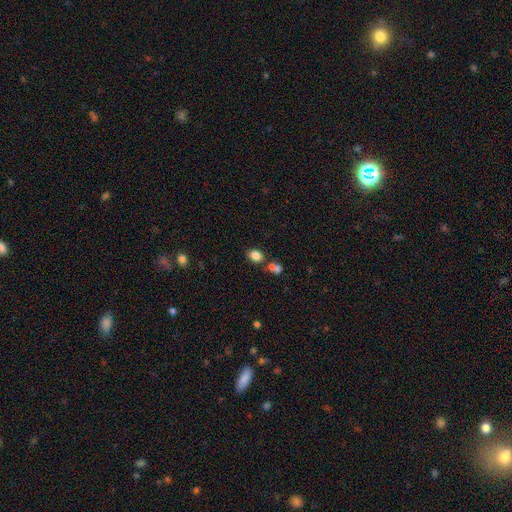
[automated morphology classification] smooth 83%, star or artifact 11%, featured or disk 7%. Down the decision tree: how rounded — in between (64%); merging — none (67%).